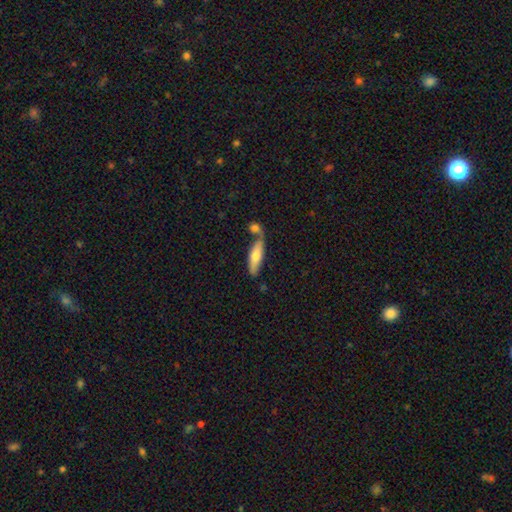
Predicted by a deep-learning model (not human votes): smooth-or-featured: smooth: 66% | featured or disk: 29% | star or artifact: 5%
  how-rounded: cigar-shaped: 55% | in between: 43% | round: 2%
  merging: none: 48% | merger: 34% | minor disturbance: 14% | major disturbance: 5%